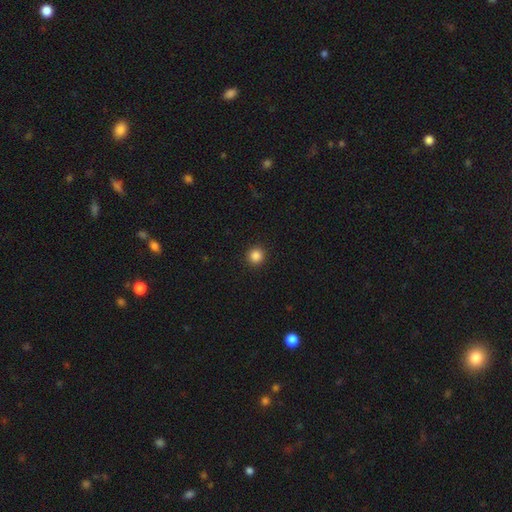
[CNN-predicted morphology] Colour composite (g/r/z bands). It shows a smooth galaxy with no disk features (86%) that is round (95%). Merging: none (93%).